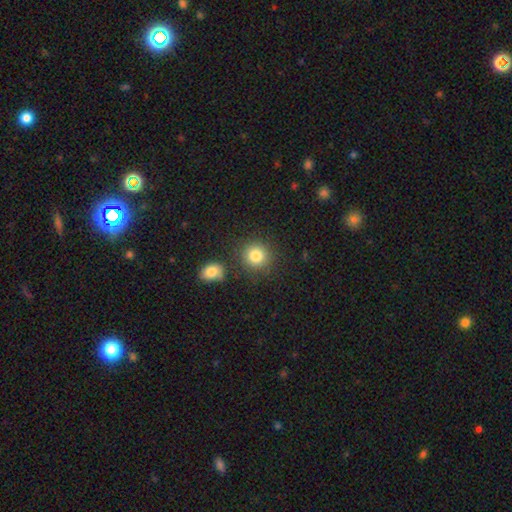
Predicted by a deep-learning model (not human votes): This appears to be a smooth galaxy with no disk features (83%) that is round (90%). Merging: none (81%).